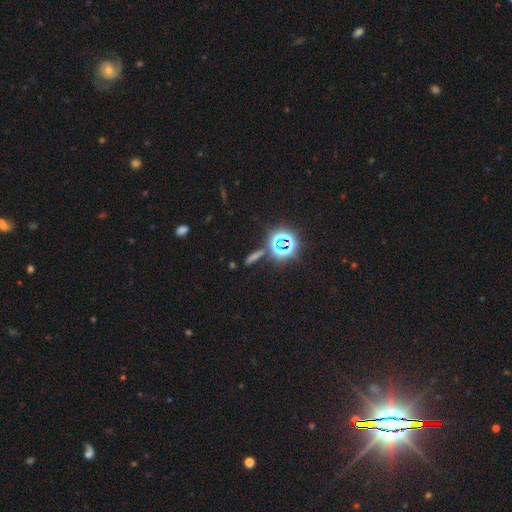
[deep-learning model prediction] smooth-or-featured: star or artifact: 62% | smooth: 24% | featured or disk: 14%